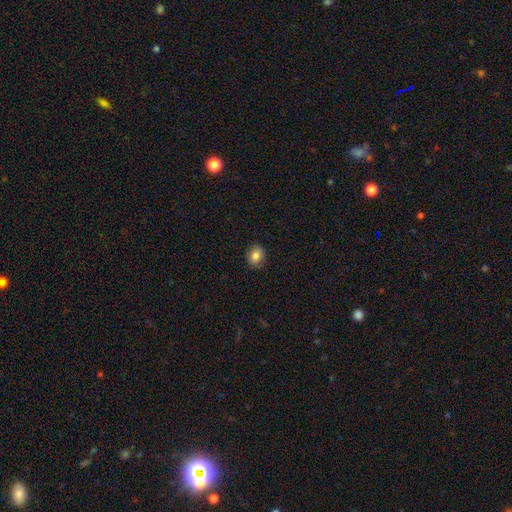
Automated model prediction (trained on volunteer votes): smooth_or_featured: smooth (p=0.85) [alt: star or artifact p=0.09]
how_rounded: round (p=0.55) [alt: in between p=0.44]
merging: none (p=0.89) [alt: minor disturbance p=0.08]